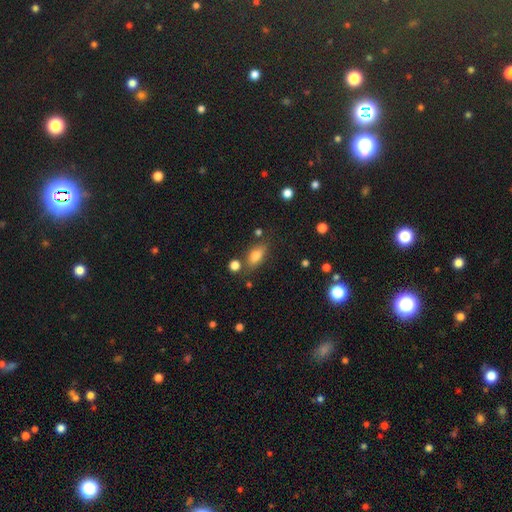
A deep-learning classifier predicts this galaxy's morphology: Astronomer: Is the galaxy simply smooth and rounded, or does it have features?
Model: smooth — 76%.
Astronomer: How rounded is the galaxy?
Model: in between — 80%.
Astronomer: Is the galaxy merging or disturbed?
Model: none — 73%.